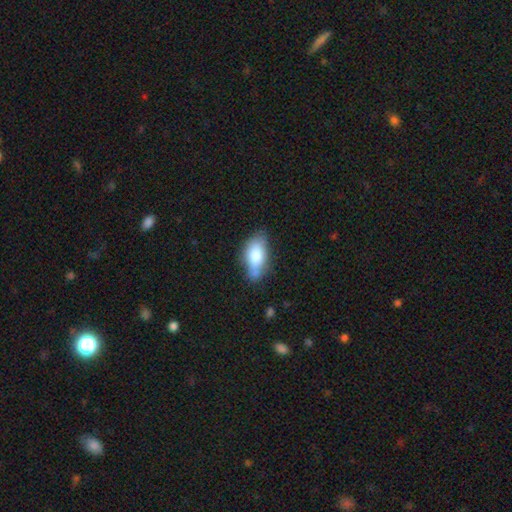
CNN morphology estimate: smooth 77%, featured or disk 16%, star or artifact 7%. Down the decision tree: how rounded — in between (87%); merging — none (56%).